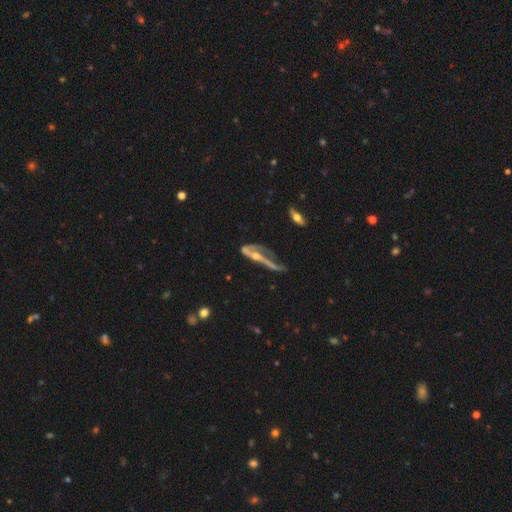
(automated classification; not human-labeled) Q: Smooth or featured?
A: featured or disk (75%); runner-up: smooth (17%)
Q: Edge-on disk?
A: no (55%); runner-up: yes (45%)
Q: Merging?
A: major disturbance (46%); runner-up: none (25%)